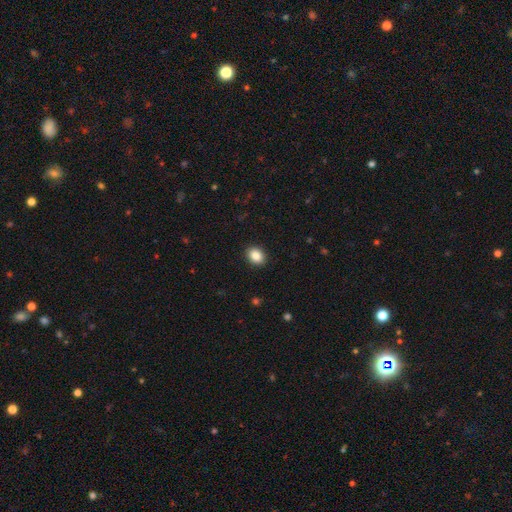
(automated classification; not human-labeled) smooth_or_featured: smooth (p=0.88) [alt: star or artifact p=0.08]
how_rounded: in between (p=0.63) [alt: round p=0.36]
merging: none (p=0.91) [alt: minor disturbance p=0.06]